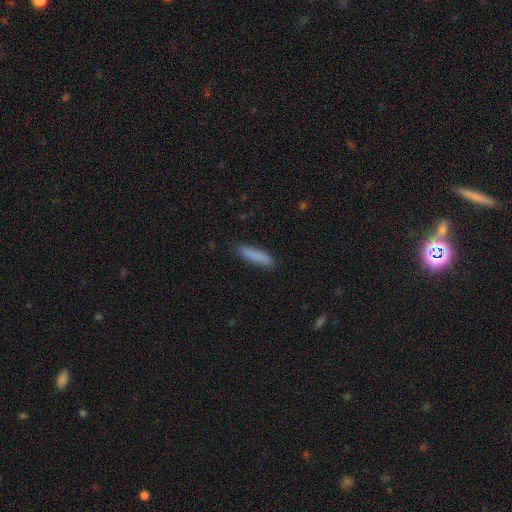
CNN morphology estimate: Q: Smooth or featured?
A: smooth (86%); runner-up: featured or disk (8%)
Q: How rounded?
A: cigar-shaped (83%); runner-up: in between (16%)
Q: Merging?
A: none (88%); runner-up: minor disturbance (9%)